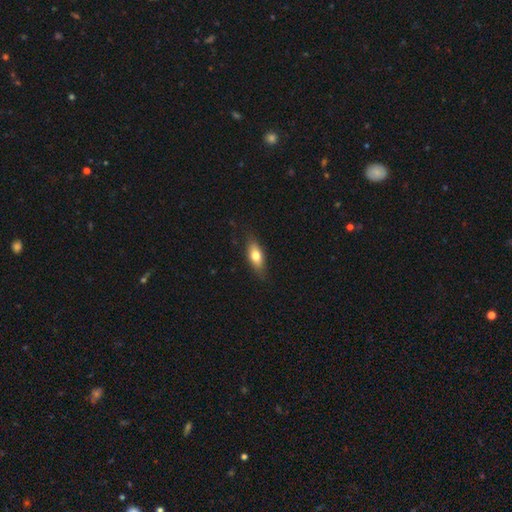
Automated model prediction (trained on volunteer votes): This is likely a smooth galaxy (71%). How rounded: likely in between (74%). Merging: clearly none (82%).